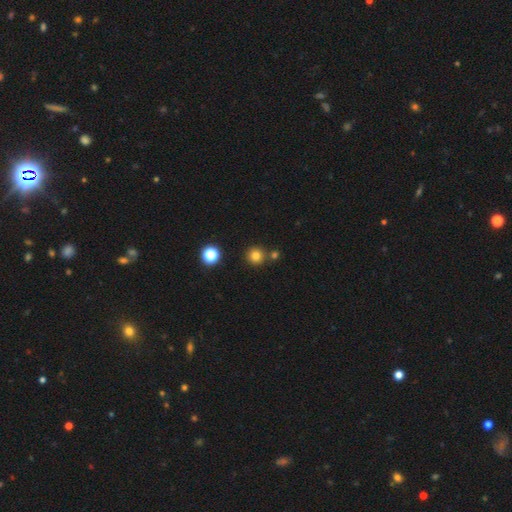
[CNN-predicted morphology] smooth-or-featured: smooth: 79% | star or artifact: 15% | featured or disk: 5%
  how-rounded: round: 94% | in between: 5% | cigar-shaped: 1%
  merging: none: 79% | merger: 12% | minor disturbance: 7% | major disturbance: 2%